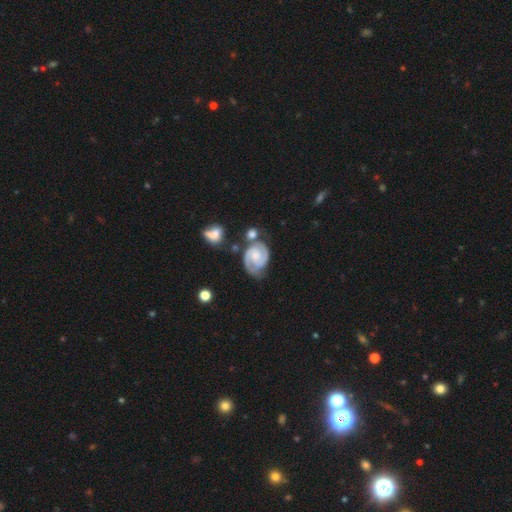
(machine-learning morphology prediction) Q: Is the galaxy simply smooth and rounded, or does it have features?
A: featured or disk — 86%.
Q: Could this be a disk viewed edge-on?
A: no — 98%.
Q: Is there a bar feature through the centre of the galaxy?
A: no — 62%.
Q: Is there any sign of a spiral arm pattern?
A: yes — 97%.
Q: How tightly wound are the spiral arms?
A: tight — 59%.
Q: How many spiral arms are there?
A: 2 — 86%.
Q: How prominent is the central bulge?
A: small — 45%.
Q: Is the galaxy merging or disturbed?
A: none — 55%.